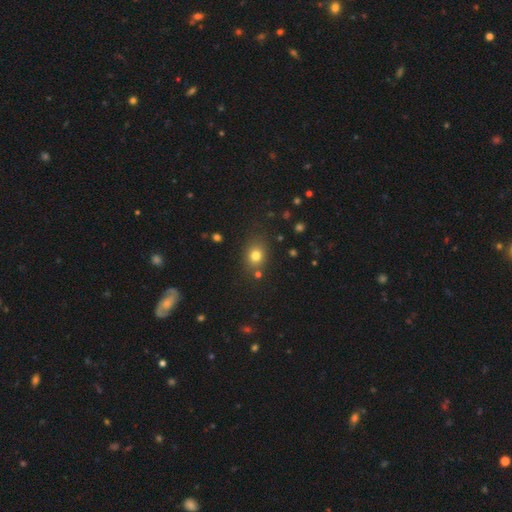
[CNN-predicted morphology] Overall: smooth (77%). How rounded: round (59%; in between 40%). Merging: none (79%).